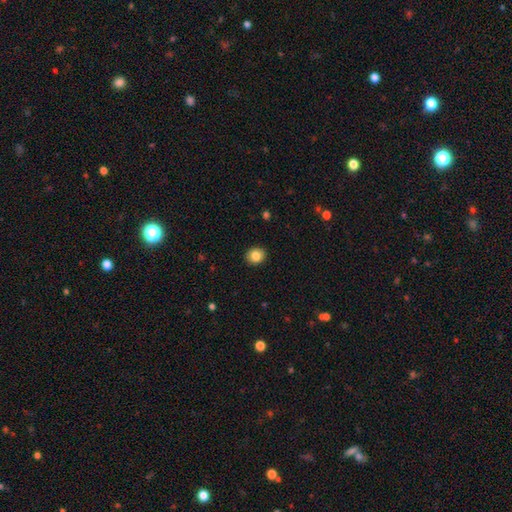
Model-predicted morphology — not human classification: The model was most divided on "how rounded": round: 75%, in between: 24%, cigar-shaped: 1%. More confident: merging — none (91%); smooth or featured — smooth (84%).